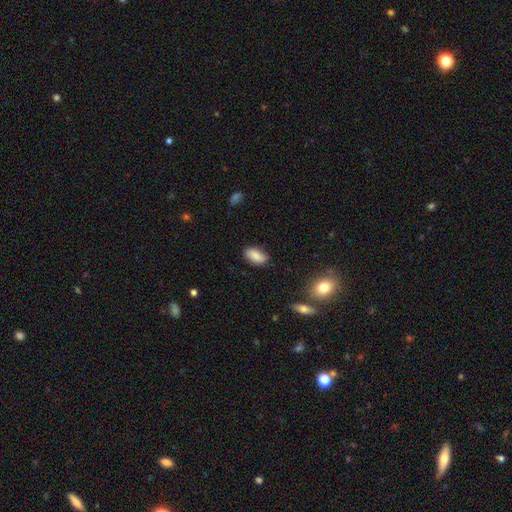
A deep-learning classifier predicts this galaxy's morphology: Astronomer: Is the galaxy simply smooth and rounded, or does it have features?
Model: smooth — 84%.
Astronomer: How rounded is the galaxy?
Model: in between — 92%.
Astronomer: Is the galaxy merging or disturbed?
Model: none — 80%.